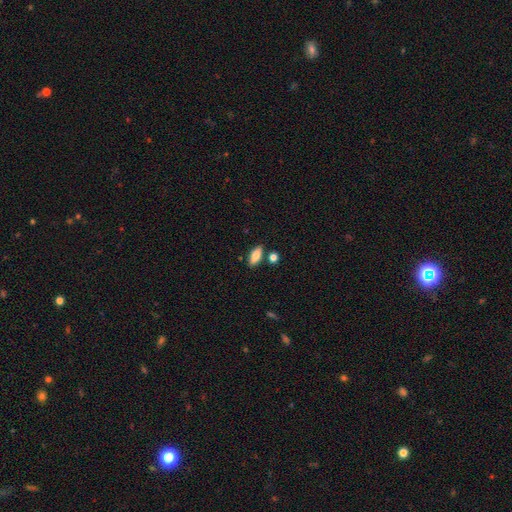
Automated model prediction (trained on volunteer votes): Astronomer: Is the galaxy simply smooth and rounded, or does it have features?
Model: smooth — 83%.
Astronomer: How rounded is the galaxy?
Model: in between — 81%.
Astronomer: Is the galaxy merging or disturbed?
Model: none — 81%.